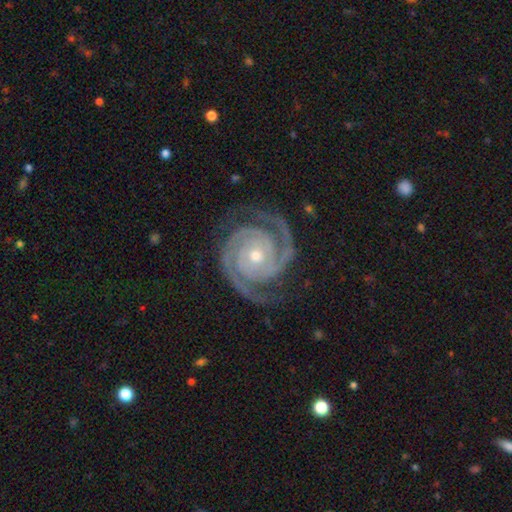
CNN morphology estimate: Smooth or featured: featured or disk — 94% (star or artifact — 4%)
Edge-on disk: no — 98% (yes — 2%)
Bar: no — 74% (weak — 16%)
Spiral arms: yes — 99% (no — 1%)
Spiral winding: tight — 79% (medium — 19%)
Spiral arm count: 2 — 86% (3 — 7%)
Bulge size: moderate — 51% (small — 46%)
Merging: none — 82% (minor disturbance — 13%)